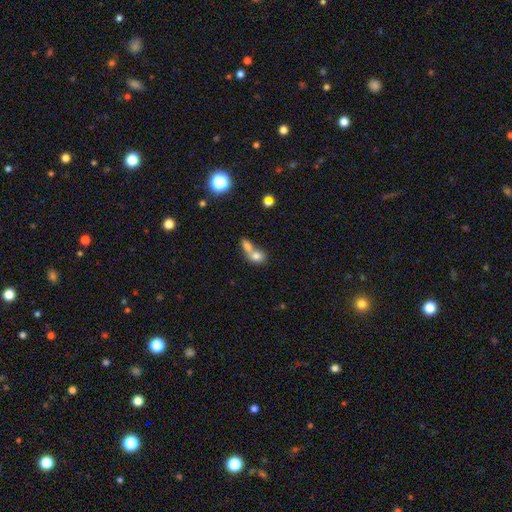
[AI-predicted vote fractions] A smooth galaxy with no disk features (75%) that is round (50%).

Vote fractions:
- Smooth or featured? smooth: 75% / featured or disk: 14% / star or artifact: 11%
- How rounded? round: 50% / in between: 48% / cigar-shaped: 3%
- Merging? merger: 69% / none: 21% / minor disturbance: 6% / major disturbance: 4%